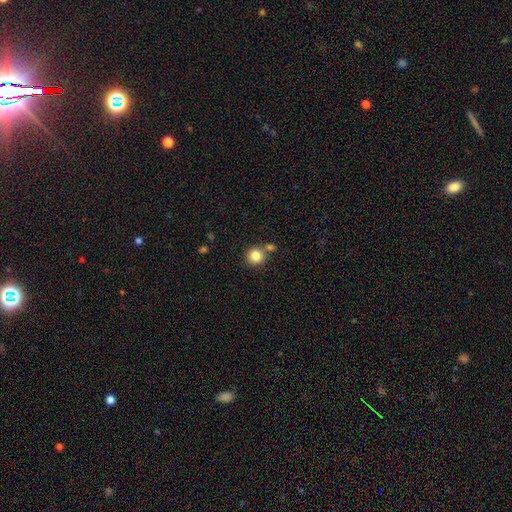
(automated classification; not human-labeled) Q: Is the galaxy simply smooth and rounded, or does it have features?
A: smooth — 84%.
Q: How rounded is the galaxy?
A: round — 93%.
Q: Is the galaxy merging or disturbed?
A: none — 72%.